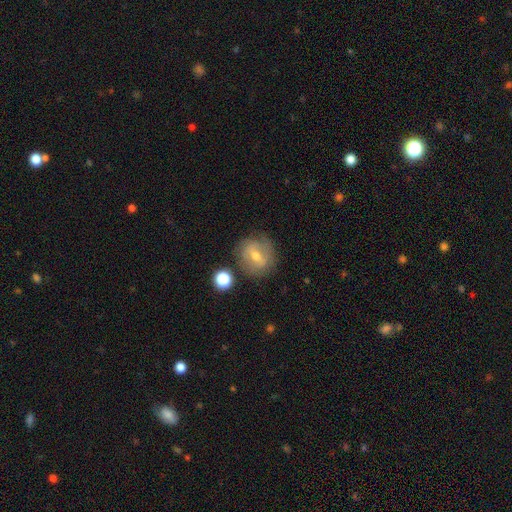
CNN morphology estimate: This appears to be a featured or disk galaxy (53%) with a weak bar (52%), spiral arms (66%) and a moderate central bulge (65%). Merging: none (70%).